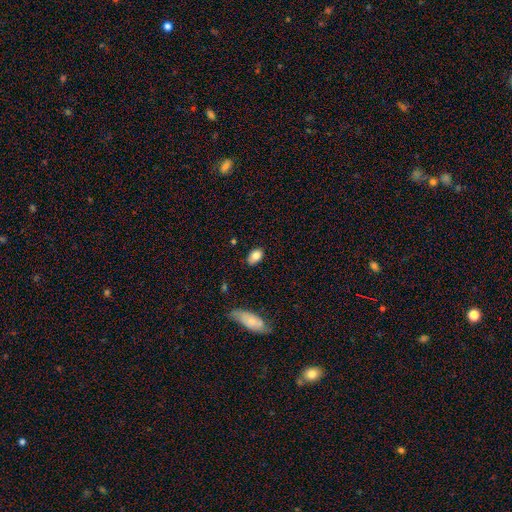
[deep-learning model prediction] Smooth or featured?
  - smooth: 83% *
  - featured or disk: 9%
  - star or artifact: 8%
How rounded?
  - in between: 87% *
  - round: 12%
  - cigar-shaped: 2%
Merging?
  - none: 75% *
  - minor disturbance: 19%
  - major disturbance: 4%
  - merger: 2%